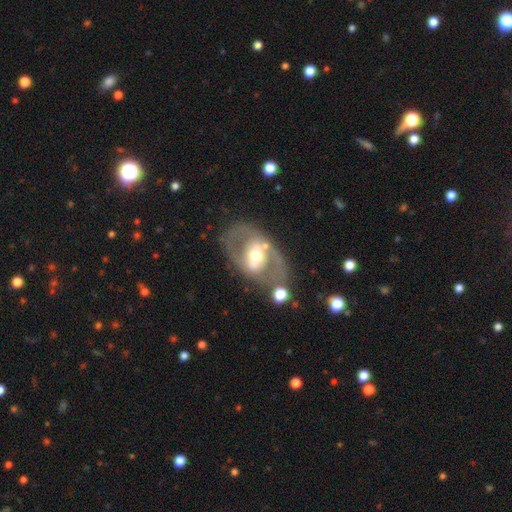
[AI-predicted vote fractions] Overall: featured or disk (72%). Edge-on disk: no (93%). Bar: strong (36%; weak 33%). Spiral arms: no (58%; yes 42%). Bulge size: moderate (65%). Merging: none (63%).